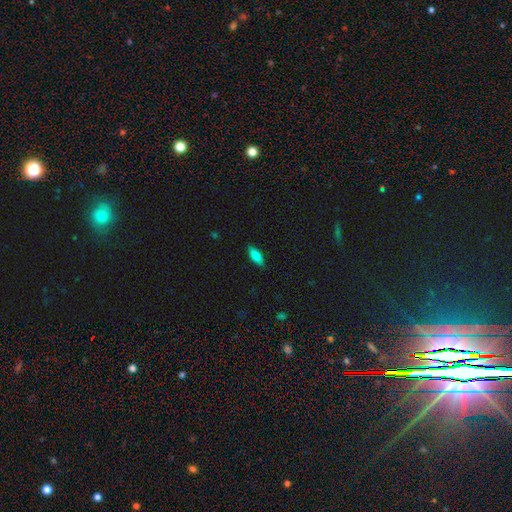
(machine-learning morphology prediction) Smooth or featured?
  - smooth: 80% *
  - featured or disk: 13%
  - star or artifact: 7%
How rounded?
  - in between: 69% *
  - cigar-shaped: 29%
  - round: 2%
Merging?
  - none: 87% *
  - minor disturbance: 10%
  - major disturbance: 2%
  - merger: 1%